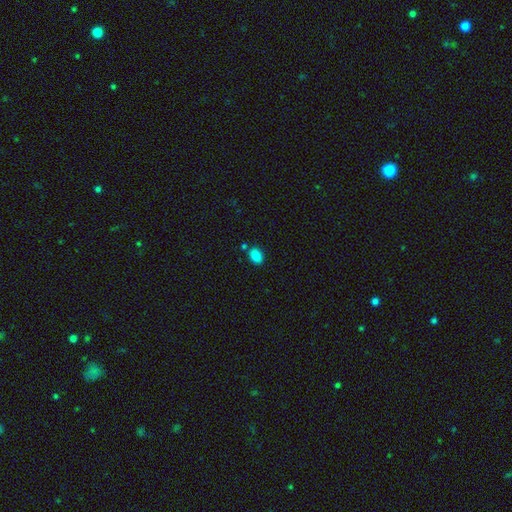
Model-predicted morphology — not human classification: A smooth galaxy with no disk features (87%) that is in between round and cigar-shaped (79%). Merging: none (73%).